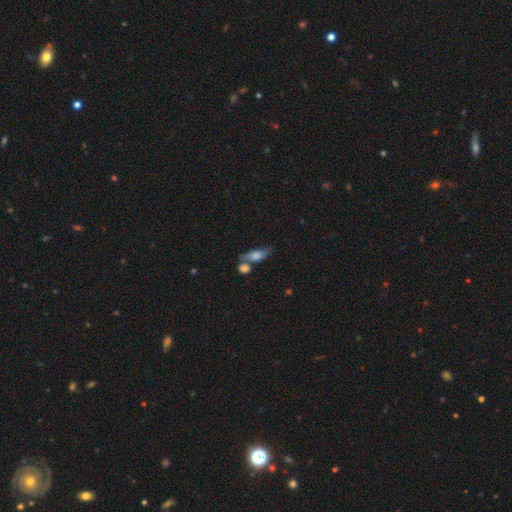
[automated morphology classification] smooth 65%, featured or disk 26%, star or artifact 9%. Down the decision tree: how rounded — in between (66%); merging — none (39%).